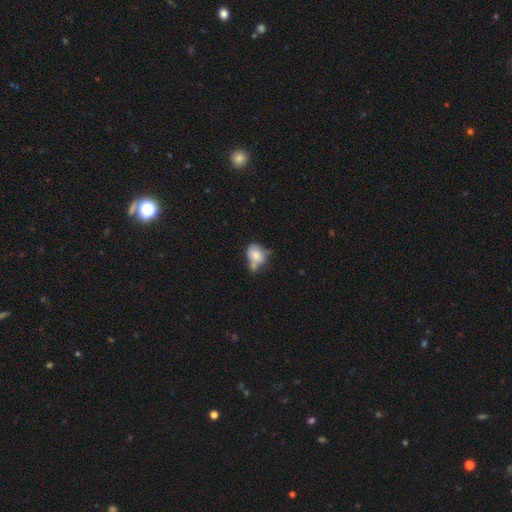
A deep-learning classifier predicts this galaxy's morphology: The model was most divided on "merging": none: 35%, merger: 29%, minor disturbance: 26%, major disturbance: 10%. More confident: smooth or featured — smooth (76%); how rounded — in between (54%).